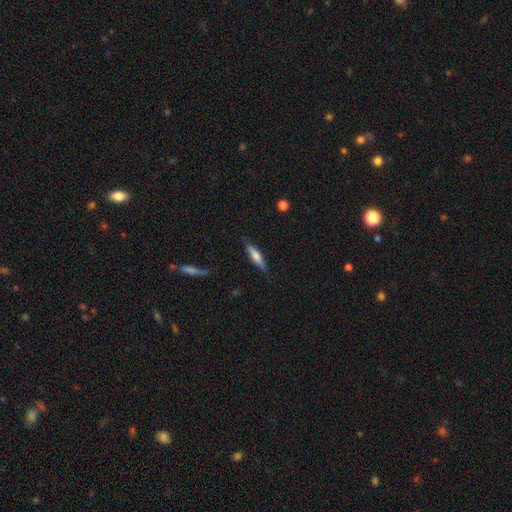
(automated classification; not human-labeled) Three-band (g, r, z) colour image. It shows a smooth galaxy with no disk features (57%) that is cigar-shaped (78%). Merging: none (84%).